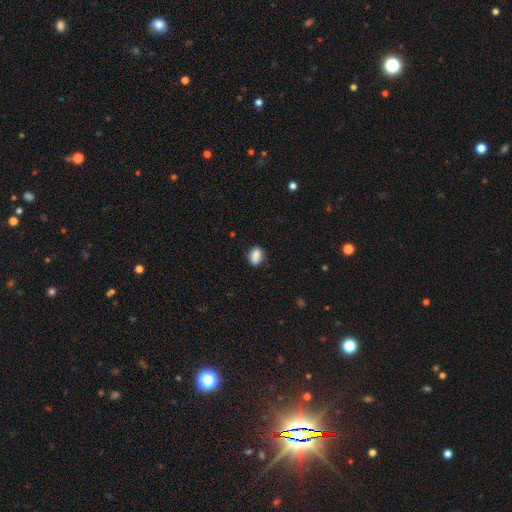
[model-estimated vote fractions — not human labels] Overall: smooth (87%). How rounded: in between (78%). Merging: none (82%).